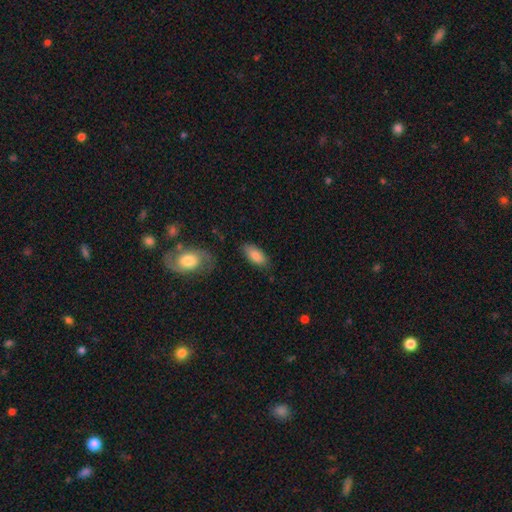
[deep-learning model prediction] Smooth or featured? smooth (84%)
How rounded? in between (89%)
Merging? none (77%)